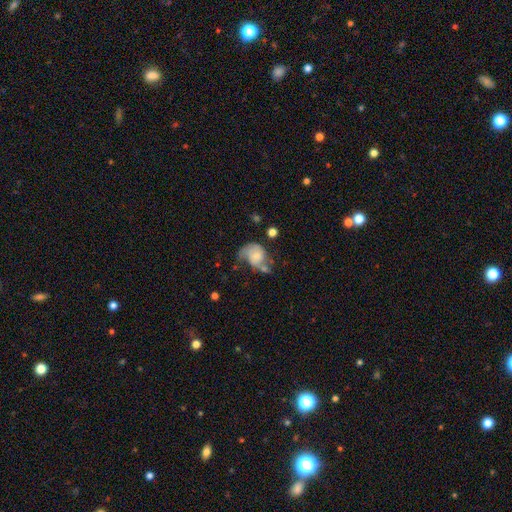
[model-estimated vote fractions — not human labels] Smooth or featured?
  - featured or disk: 47% *
  - smooth: 45%
  - star or artifact: 9%
Merging?
  - major disturbance: 33% *
  - none: 25%
  - minor disturbance: 24%
  - merger: 18%